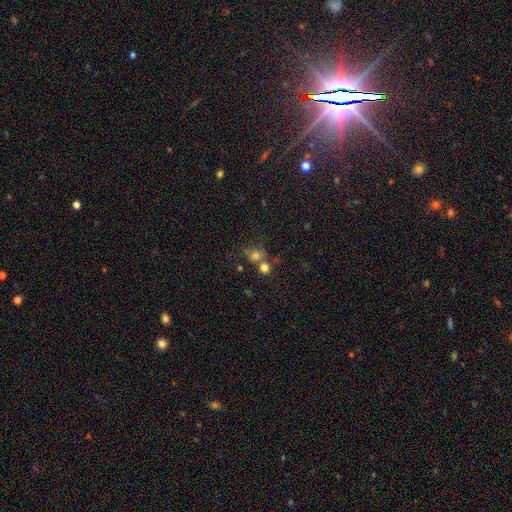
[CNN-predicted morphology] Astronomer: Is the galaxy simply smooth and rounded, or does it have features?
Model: smooth — 48% (runner-up: star or artifact, 35%).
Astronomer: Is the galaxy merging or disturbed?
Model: none — 45% (runner-up: merger, 38%).